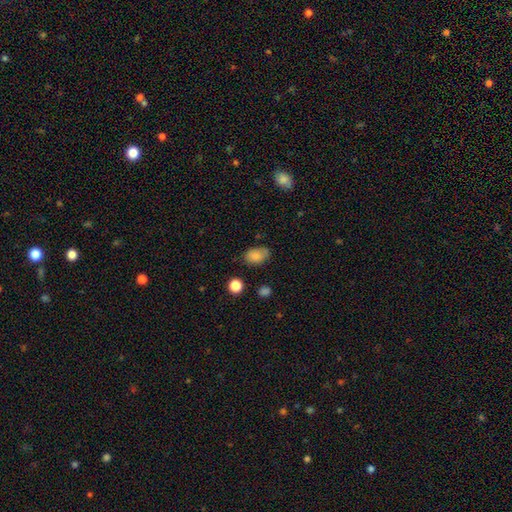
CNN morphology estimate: smooth_or_featured: smooth (p=0.82) [alt: star or artifact p=0.10]
how_rounded: in between (p=0.86) [alt: round p=0.12]
merging: none (p=0.69) [alt: minor disturbance p=0.23]